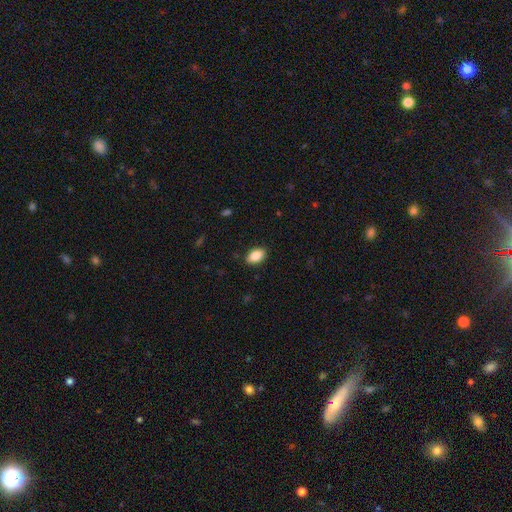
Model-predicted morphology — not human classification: This appears to be a smooth galaxy with no disk features (87%) that is in between round and cigar-shaped (91%). Merging: none (89%).